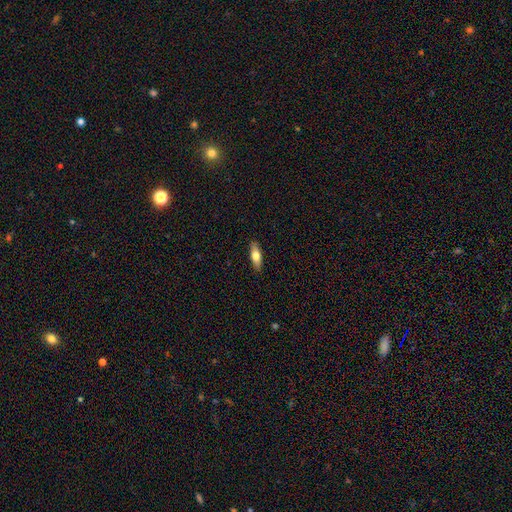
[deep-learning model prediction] This is likely a smooth galaxy (70%). How rounded: possibly in between (56%). Merging: clearly none (89%).